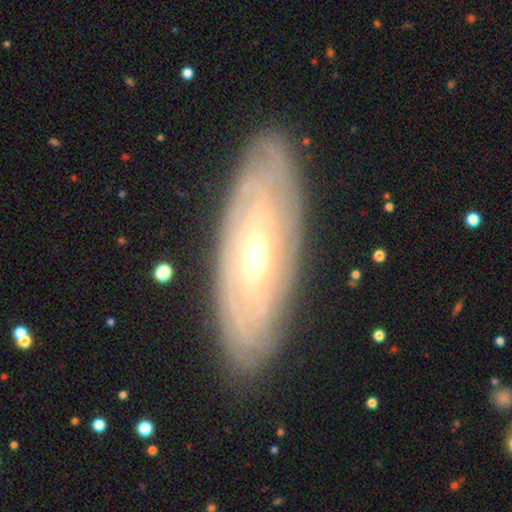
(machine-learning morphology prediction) The model was most divided on "bar": no: 47%, weak: 36%, strong: 17%. More confident: merging — none (85%); spiral winding — tight (83%); edge-on disk — no (81%); spiral arms — yes (80%); smooth or featured — featured or disk (80%); spiral arm count — can't tell (65%); bulge size — moderate (62%).